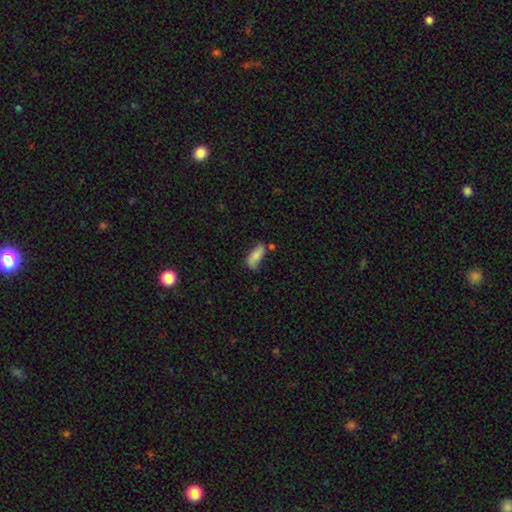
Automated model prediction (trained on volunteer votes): Q: Smooth or featured?
A: smooth (73%); runner-up: featured or disk (19%)
Q: How rounded?
A: in between (76%); runner-up: cigar-shaped (21%)
Q: Merging?
A: none (53%); runner-up: minor disturbance (30%)